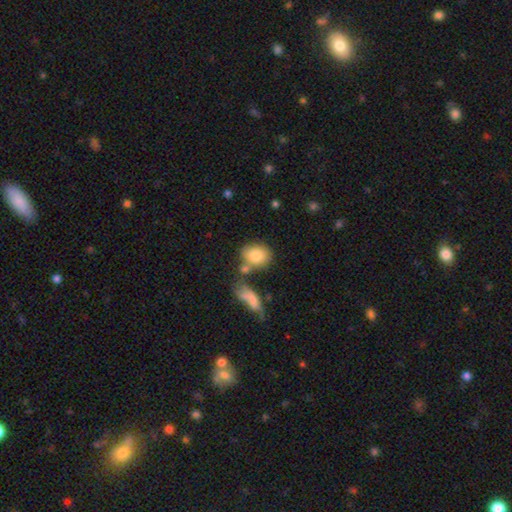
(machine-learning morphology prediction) Q: Smooth or featured?
A: smooth (81%); runner-up: featured or disk (11%)
Q: How rounded?
A: in between (59%); runner-up: round (39%)
Q: Merging?
A: none (52%); runner-up: merger (25%)